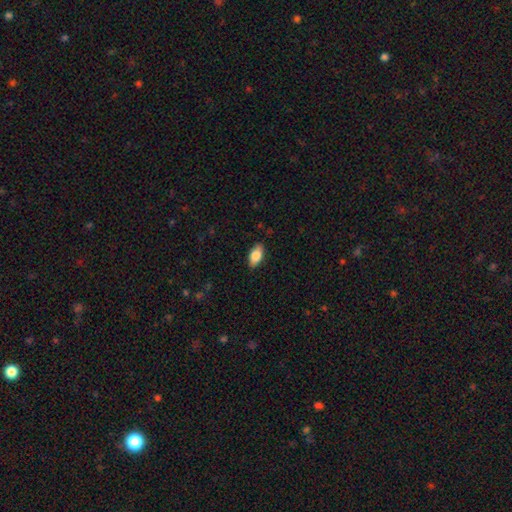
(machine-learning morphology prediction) Smooth or featured: smooth — 83% (featured or disk — 10%)
How rounded: in between — 91% (cigar-shaped — 6%)
Merging: none — 86% (minor disturbance — 11%)